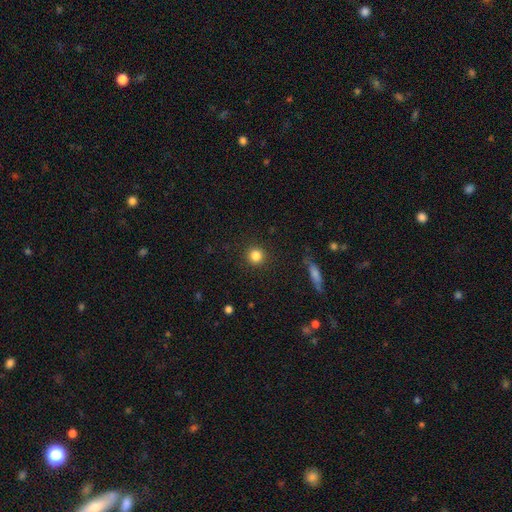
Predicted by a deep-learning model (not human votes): Smooth or featured? smooth (84%)
How rounded? round (94%)
Merging? none (91%)